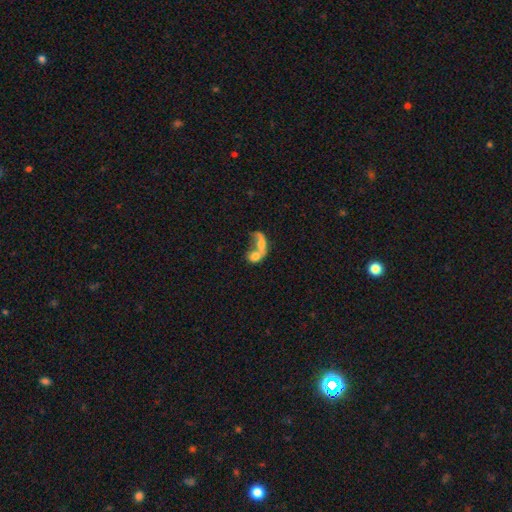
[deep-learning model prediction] smooth 59%, featured or disk 32%, star or artifact 9%. Down the decision tree: how rounded — in between (64%); merging — merger (74%).